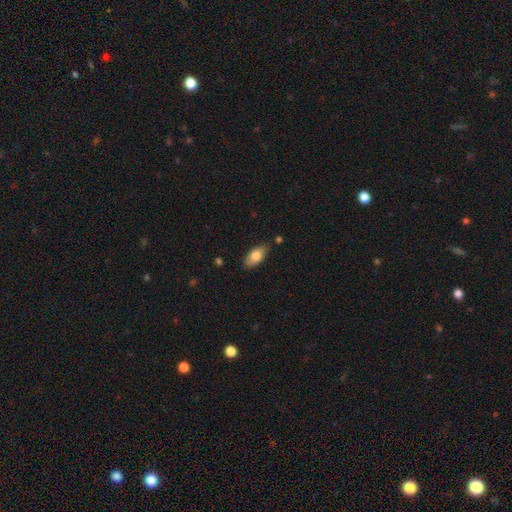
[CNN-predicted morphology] Overall: smooth (78%). How rounded: in between (91%). Merging: none (81%).